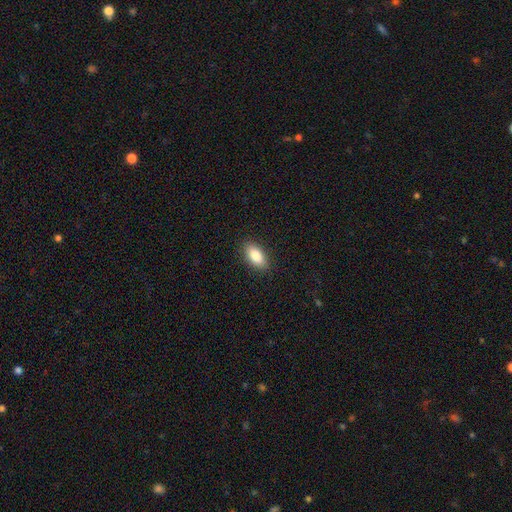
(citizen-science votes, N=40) This is clearly a smooth galaxy (90%). How rounded: clearly in between (89%). Merging: clearly none (92%).